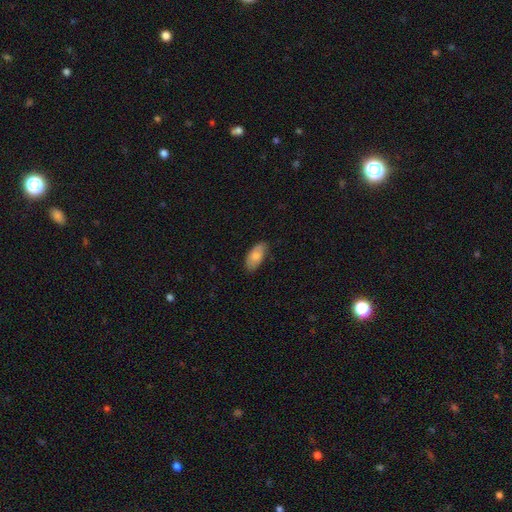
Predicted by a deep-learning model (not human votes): Overall: smooth (79%). How rounded: in between (93%). Merging: none (76%).